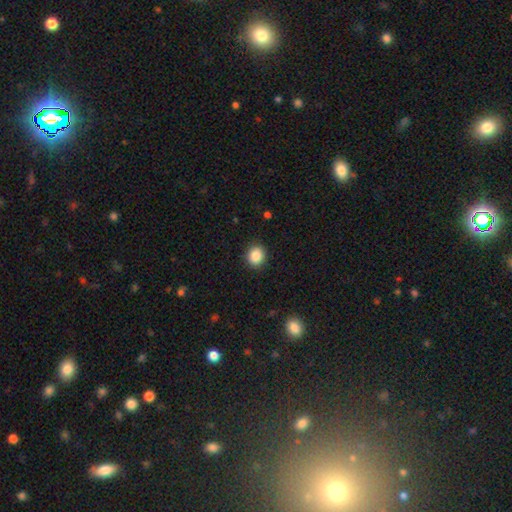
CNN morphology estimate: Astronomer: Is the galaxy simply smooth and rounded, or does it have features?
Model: smooth — 87%.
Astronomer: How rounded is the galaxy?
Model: round — 76%.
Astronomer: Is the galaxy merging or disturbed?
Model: none — 90%.